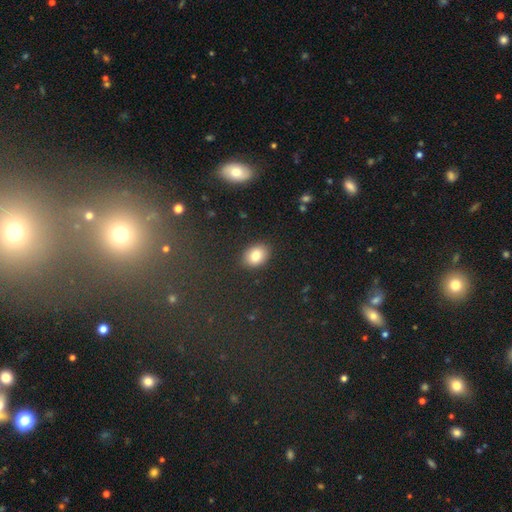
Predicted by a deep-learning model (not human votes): Smooth or featured?
  - smooth: 83% *
  - star or artifact: 9%
  - featured or disk: 8%
How rounded?
  - in between: 69% *
  - round: 30%
  - cigar-shaped: 1%
Merging?
  - none: 88% *
  - minor disturbance: 8%
  - major disturbance: 2%
  - merger: 1%